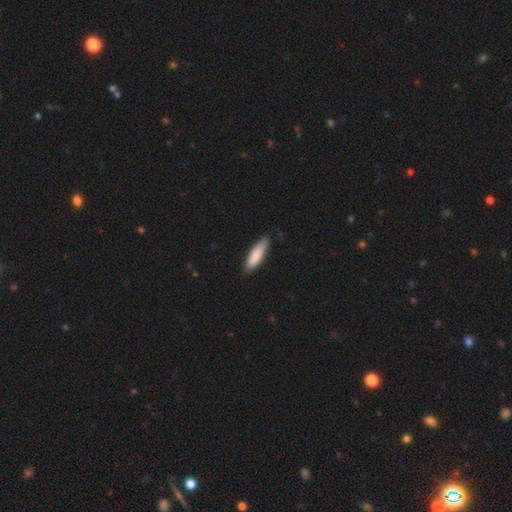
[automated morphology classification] This appears to be a smooth galaxy with no disk features (87%) that is cigar-shaped (62%). Merging: none (80%).